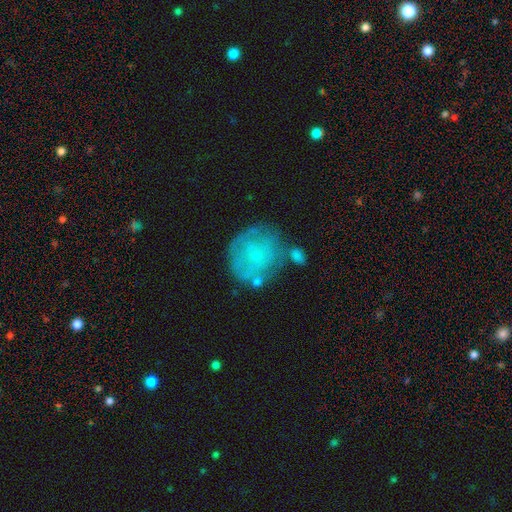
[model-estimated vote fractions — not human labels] Smooth or featured? Predicted: featured or disk (p=0.48). Merging? Predicted: none (p=0.53).